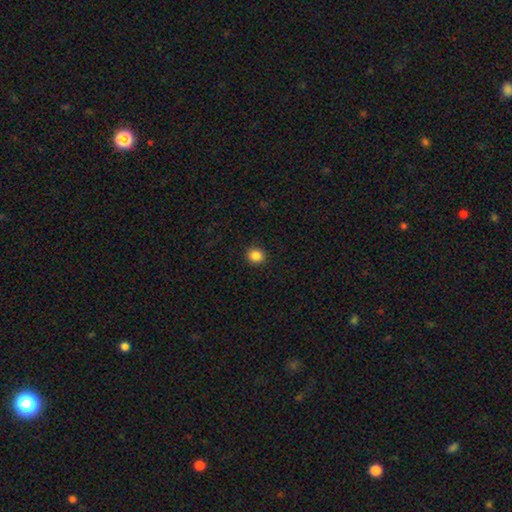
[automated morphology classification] smooth_or_featured: smooth (p=0.86) [alt: star or artifact p=0.10]
how_rounded: round (p=0.86) [alt: in between p=0.13]
merging: none (p=0.92) [alt: minor disturbance p=0.05]